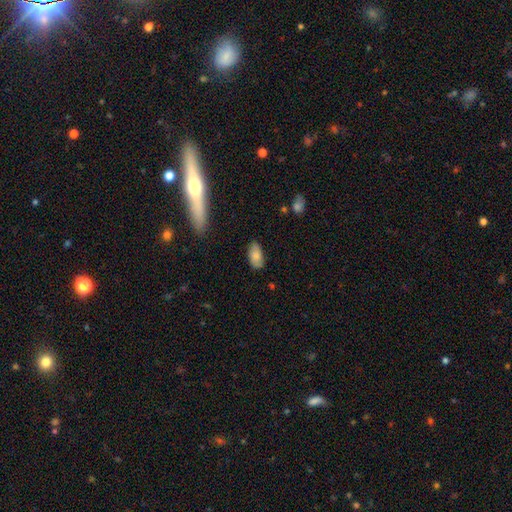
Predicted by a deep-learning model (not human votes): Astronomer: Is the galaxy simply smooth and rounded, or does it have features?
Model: smooth — 74%.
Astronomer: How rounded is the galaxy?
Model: in between — 93%.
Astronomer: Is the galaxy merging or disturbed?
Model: none — 76%.